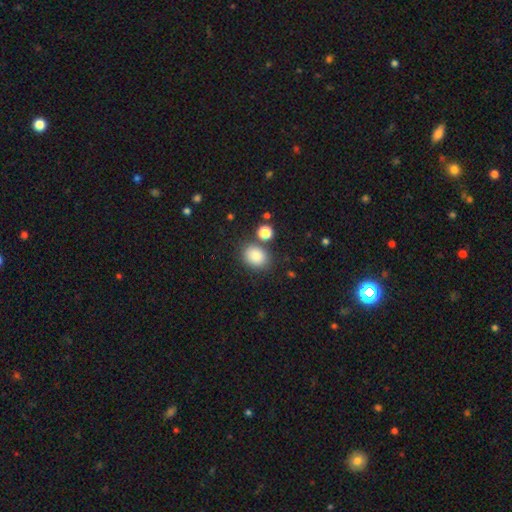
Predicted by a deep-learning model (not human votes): Smooth or featured? Predicted: smooth (p=0.85). How rounded? Predicted: in between (p=0.56). Merging? Predicted: none (p=0.75).